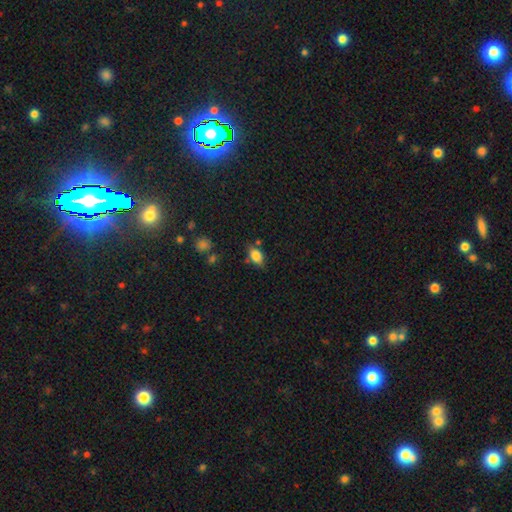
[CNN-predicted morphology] A smooth galaxy with no disk features (82%) that is in between round and cigar-shaped (86%). Merging: none (73%).